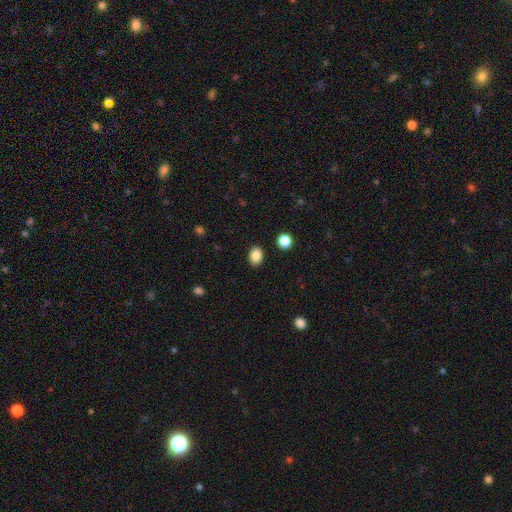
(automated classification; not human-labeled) Smooth or featured? smooth (87%)
How rounded? in between (64%)
Merging? none (89%)